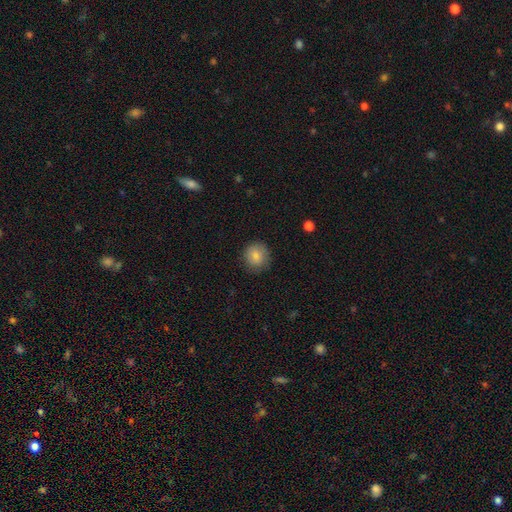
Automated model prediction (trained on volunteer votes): Smooth or featured? smooth (82%)
How rounded? round (87%)
Merging? none (81%)